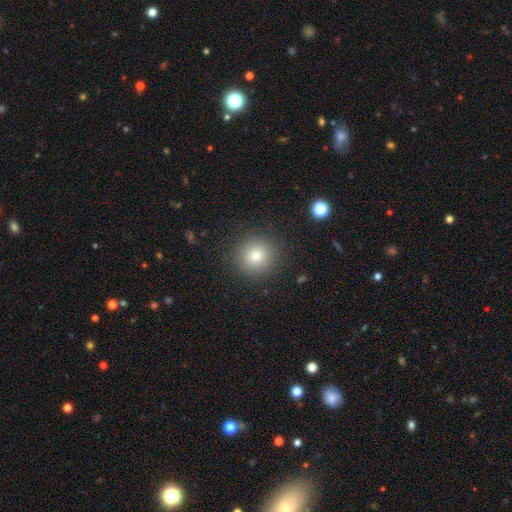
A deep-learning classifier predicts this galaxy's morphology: type=smooth (80%); roundness=round (91%); merging=none (89%).